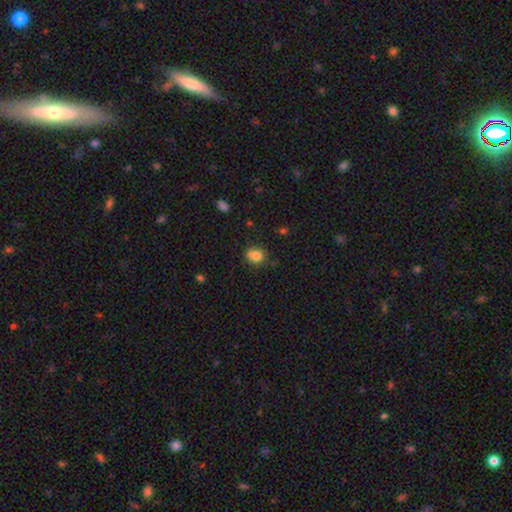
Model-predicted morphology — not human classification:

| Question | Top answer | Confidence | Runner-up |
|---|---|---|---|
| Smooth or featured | smooth | 81% | star or artifact (11%) |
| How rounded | round | 56% | in between (42%) |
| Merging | none | 59% | minor disturbance (22%) |